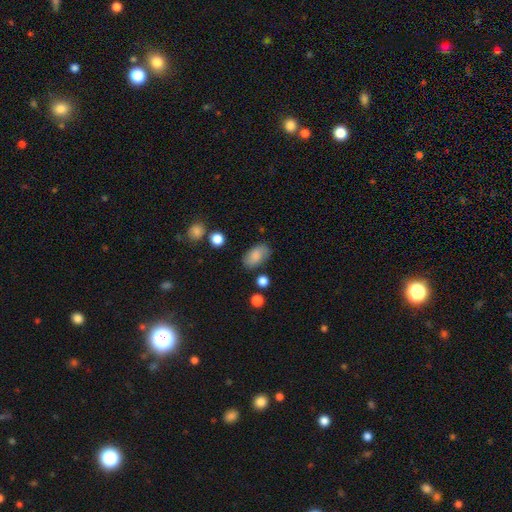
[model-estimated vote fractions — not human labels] Morphology: type=smooth (80%); roundness=in between (92%); merging=none (80%).